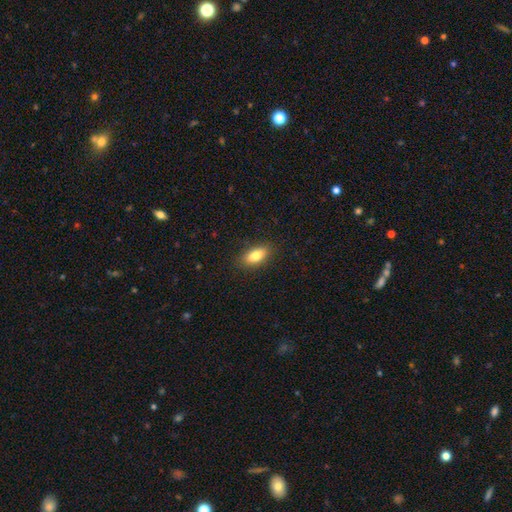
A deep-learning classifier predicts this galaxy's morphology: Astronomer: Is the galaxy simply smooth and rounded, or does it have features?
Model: smooth — 81%.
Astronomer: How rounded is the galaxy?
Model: in between — 83%.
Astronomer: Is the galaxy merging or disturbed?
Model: none — 87%.